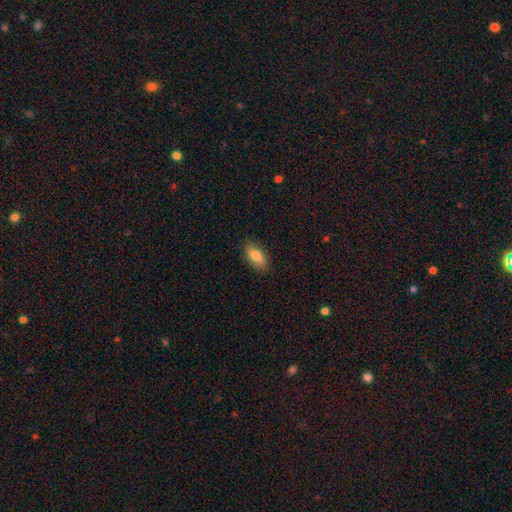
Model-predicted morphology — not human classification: Smooth or featured?
  - smooth: 81% *
  - featured or disk: 12%
  - star or artifact: 7%
How rounded?
  - in between: 90% *
  - cigar-shaped: 6%
  - round: 4%
Merging?
  - none: 86% *
  - minor disturbance: 11%
  - major disturbance: 2%
  - merger: 1%